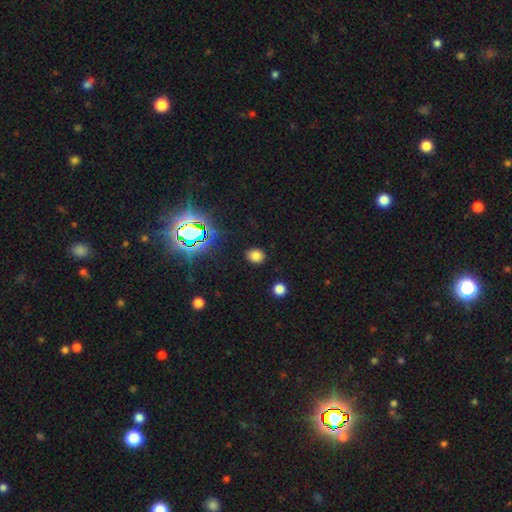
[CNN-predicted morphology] A smooth galaxy with no disk features (74%) that is round (60%). Merging: none (87%).